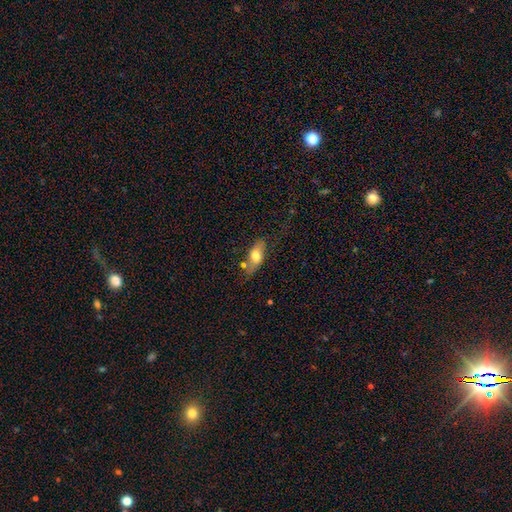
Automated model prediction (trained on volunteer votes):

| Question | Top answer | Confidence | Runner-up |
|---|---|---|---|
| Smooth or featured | smooth | 68% | featured or disk (25%) |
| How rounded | in between | 82% | cigar-shaped (13%) |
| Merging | none | 61% | minor disturbance (22%) |